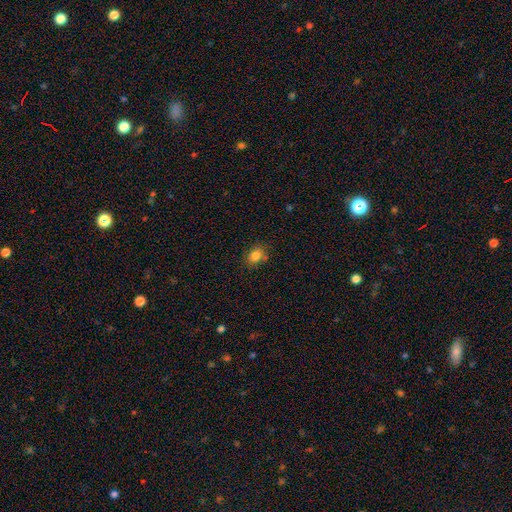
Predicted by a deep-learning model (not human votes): This appears to be a smooth galaxy with no disk features (82%) that is in between round and cigar-shaped (50%). Merging: none (81%).